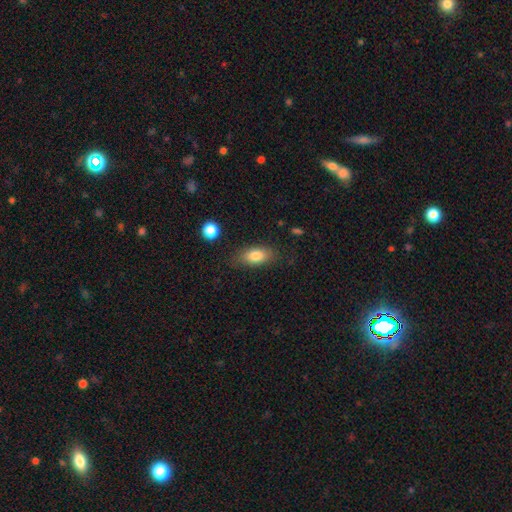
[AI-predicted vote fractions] The model was most divided on "merging": none: 77%, minor disturbance: 16%, major disturbance: 5%, merger: 2%. More confident: how rounded — in between (86%); smooth or featured — smooth (81%).